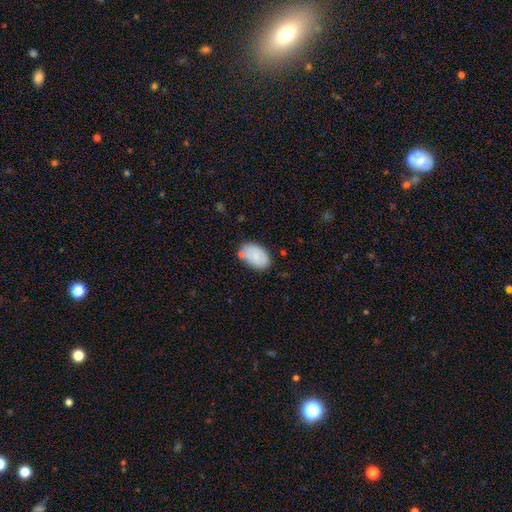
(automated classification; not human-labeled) smooth 84%, featured or disk 9%, star or artifact 6%. Down the decision tree: how rounded — in between (93%); merging — none (74%).